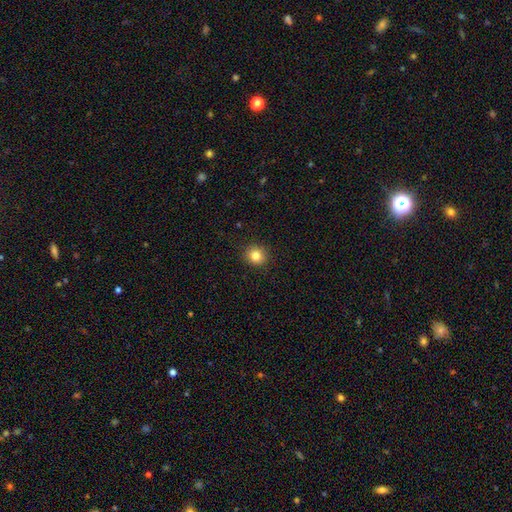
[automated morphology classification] smooth_or_featured: smooth (p=0.83) [alt: star or artifact p=0.11]
how_rounded: round (p=0.88) [alt: in between p=0.11]
merging: none (p=0.91) [alt: minor disturbance p=0.06]